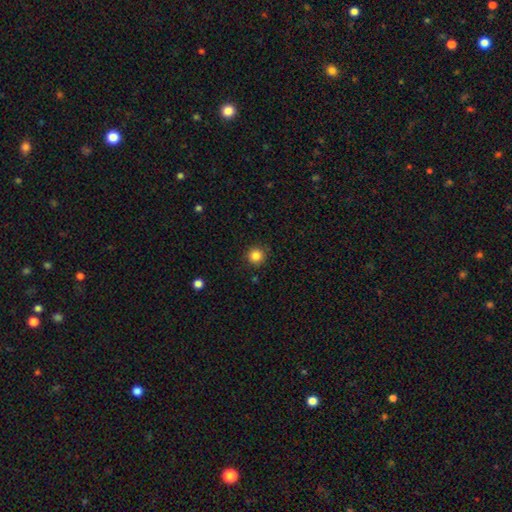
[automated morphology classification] This appears to be a smooth galaxy with no disk features (85%) that is round (94%). Merging: none (89%).